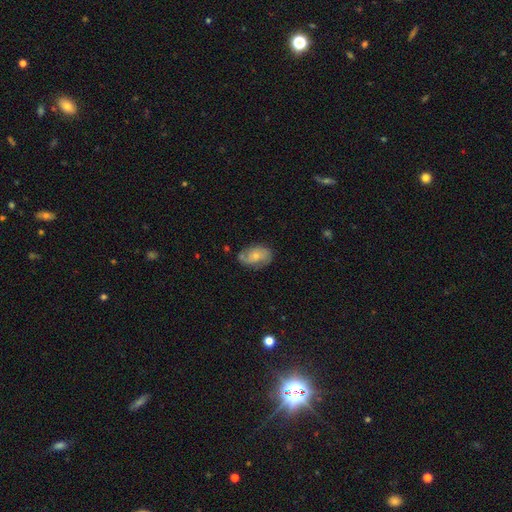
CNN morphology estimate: The model was most divided on "smooth or featured": featured or disk: 51%, smooth: 42%, star or artifact: 7%. More confident: edge-on disk — no (96%); merging — none (67%).